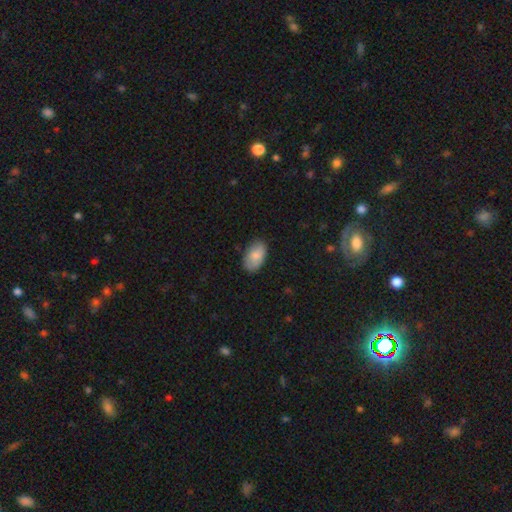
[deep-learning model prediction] A smooth galaxy with no disk features (83%) that is in between round and cigar-shaped (94%). Merging: none (81%).